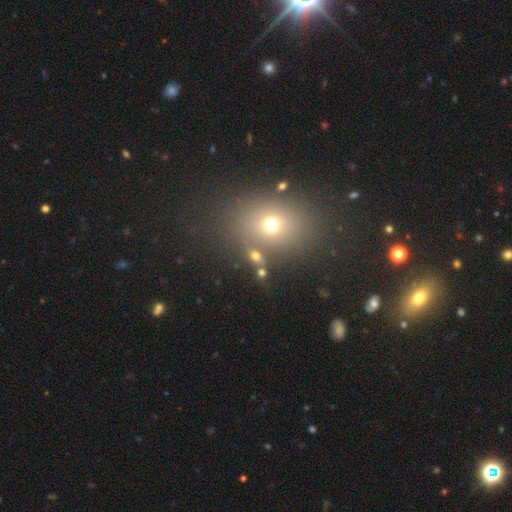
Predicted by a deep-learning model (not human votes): The model was most divided on "how rounded": round: 50%, in between: 48%, cigar-shaped: 1%. More confident: merging — none (77%); smooth or featured — smooth (64%).